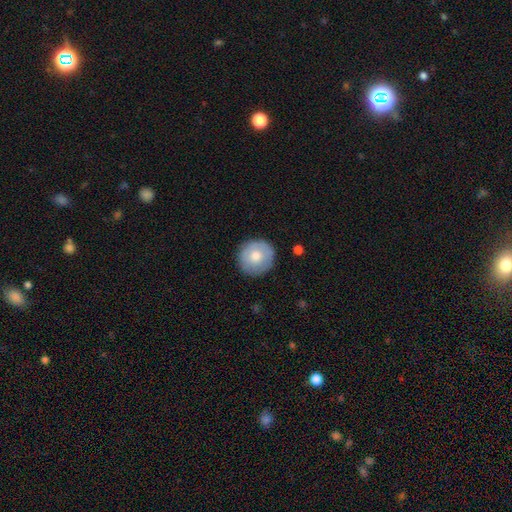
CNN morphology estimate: Overall: smooth (72%). How rounded: round (92%). Merging: none (87%).